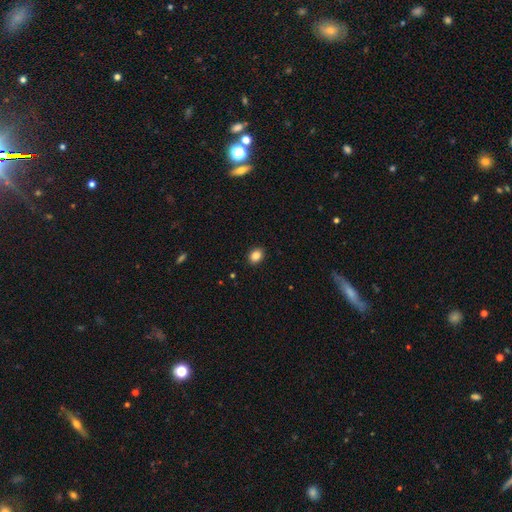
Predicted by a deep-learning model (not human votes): Smooth or featured? smooth (86%)
How rounded? in between (64%)
Merging? none (90%)